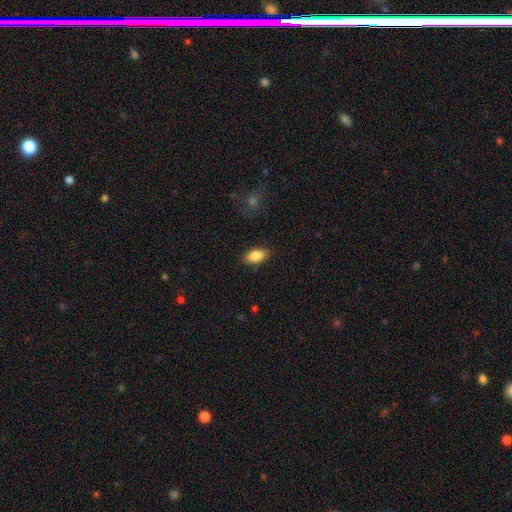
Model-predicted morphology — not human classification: Smooth or featured: smooth — 88% (star or artifact — 7%)
How rounded: in between — 91% (cigar-shaped — 5%)
Merging: none — 86% (minor disturbance — 10%)